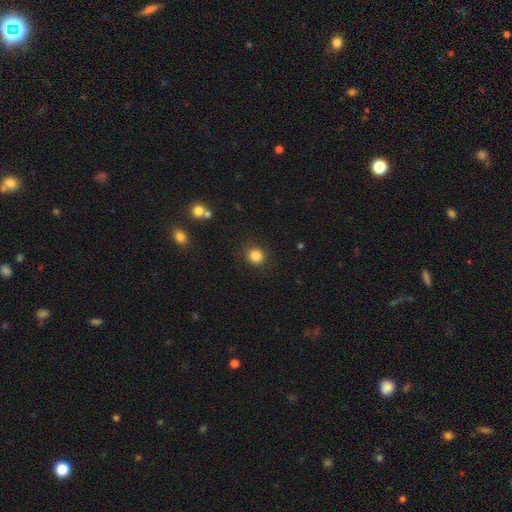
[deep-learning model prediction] Smooth or featured? Predicted: smooth (p=0.84). How rounded? Predicted: round (p=0.87). Merging? Predicted: none (p=0.89).